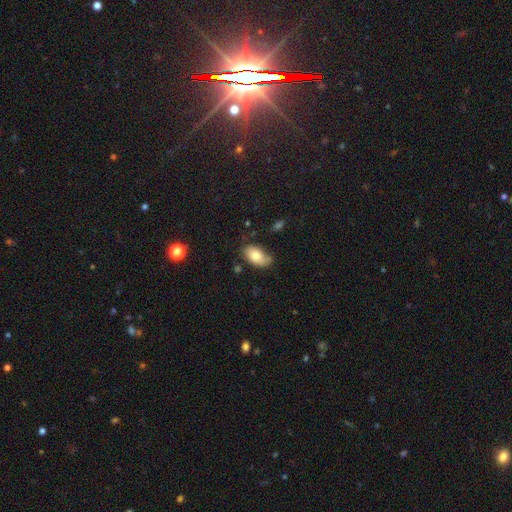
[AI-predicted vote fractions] Smooth or featured: smooth — 76% (featured or disk — 16%)
How rounded: in between — 93% (round — 5%)
Merging: none — 57% (minor disturbance — 31%)